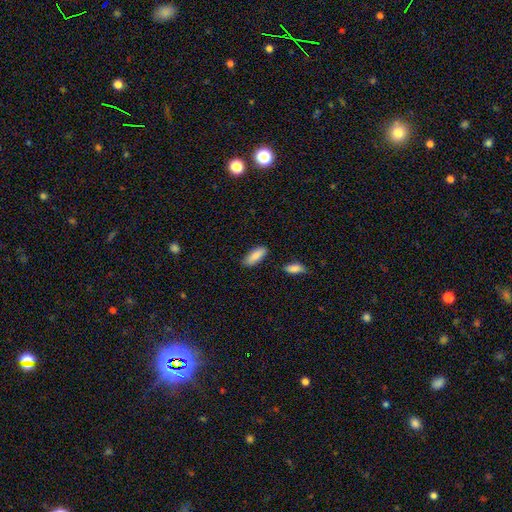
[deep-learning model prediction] Smooth or featured? smooth (86%)
How rounded? in between (78%)
Merging? none (84%)